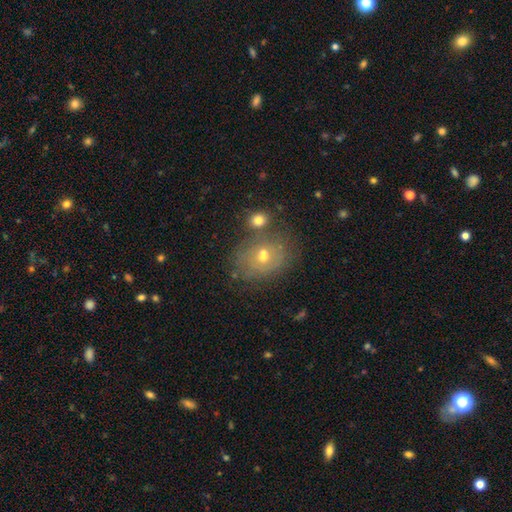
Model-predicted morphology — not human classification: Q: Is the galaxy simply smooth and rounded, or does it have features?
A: smooth — 49%.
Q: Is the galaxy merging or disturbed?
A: none — 67%.